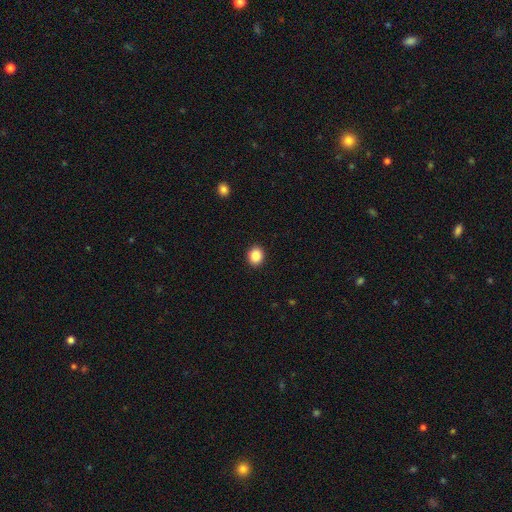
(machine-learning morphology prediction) smooth 89%, star or artifact 9%, featured or disk 3%. Down the decision tree: how rounded — round (63%); merging — none (91%).